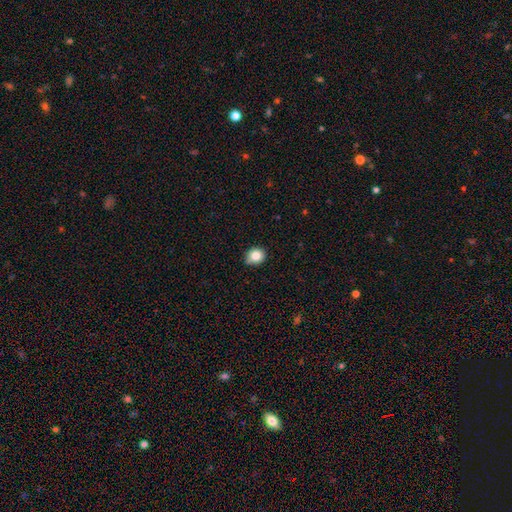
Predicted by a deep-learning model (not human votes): Smooth or featured? smooth (83%)
How rounded? round (76%)
Merging? none (74%)